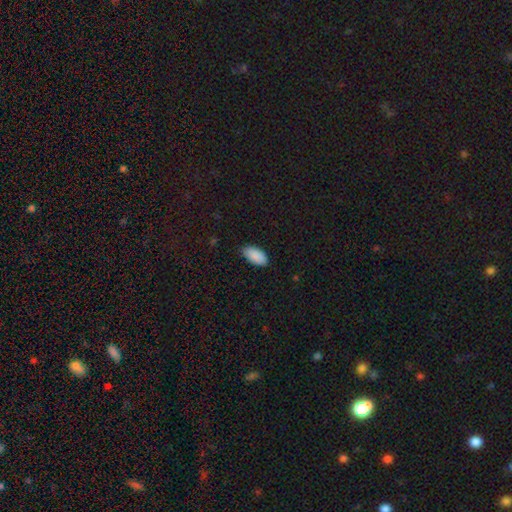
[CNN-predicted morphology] smooth 90%, star or artifact 7%, featured or disk 3%. Down the decision tree: how rounded — in between (94%); merging — none (83%).